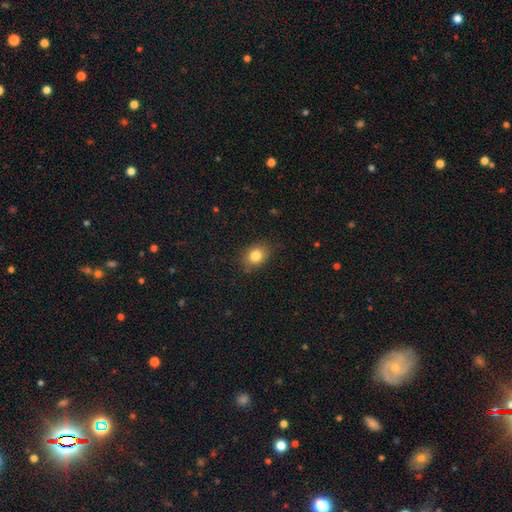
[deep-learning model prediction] This appears to be a smooth galaxy with no disk features (82%) that is in between round and cigar-shaped (58%). Merging: none (84%).